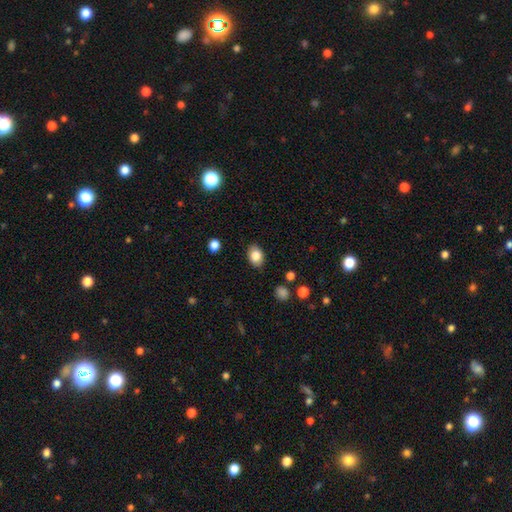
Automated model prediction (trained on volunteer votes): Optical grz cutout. It shows a smooth galaxy with no disk features (83%) that is in between round and cigar-shaped (75%). Merging: none (84%).